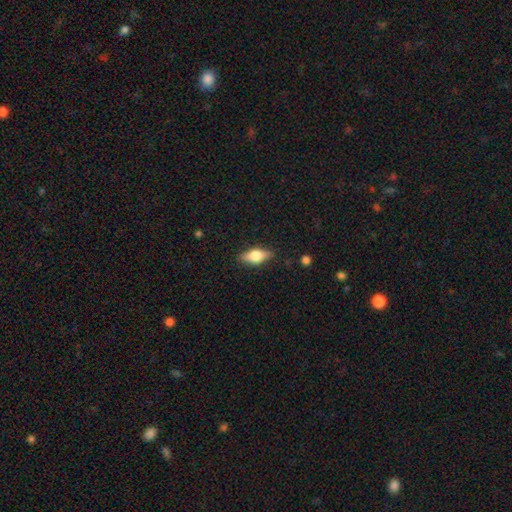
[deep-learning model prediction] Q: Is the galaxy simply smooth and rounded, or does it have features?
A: smooth — 64%.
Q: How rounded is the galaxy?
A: in between — 80%.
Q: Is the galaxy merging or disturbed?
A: none — 84%.